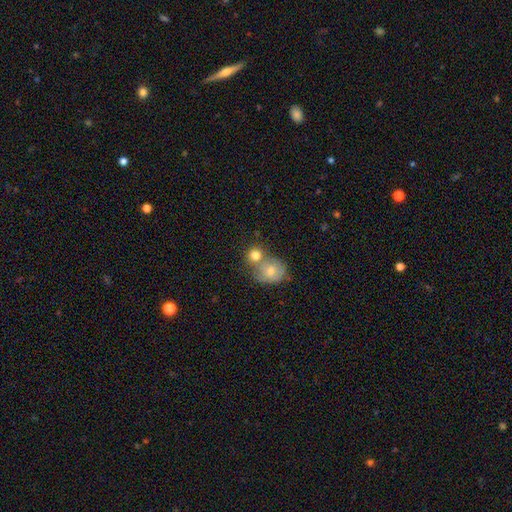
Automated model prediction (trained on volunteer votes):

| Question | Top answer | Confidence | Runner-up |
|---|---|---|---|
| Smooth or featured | smooth | 77% | featured or disk (15%) |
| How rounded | round | 78% | in between (20%) |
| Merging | merger | 52% | none (36%) |